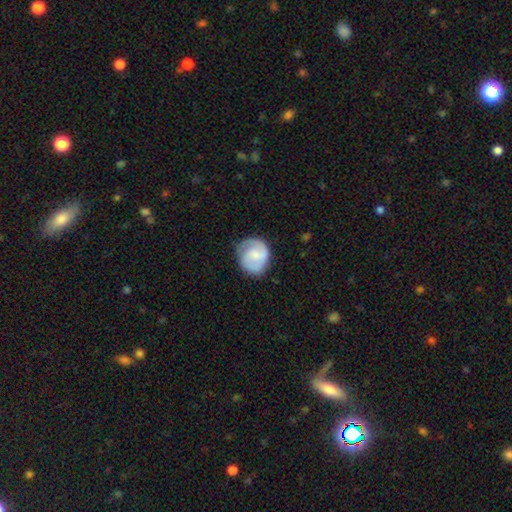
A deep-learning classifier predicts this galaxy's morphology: smooth-or-featured: featured or disk: 47% (tied) | smooth: 47% (tied) | star or artifact: 6%
  merging: none: 65% | minor disturbance: 24% | major disturbance: 10% | merger: 2%